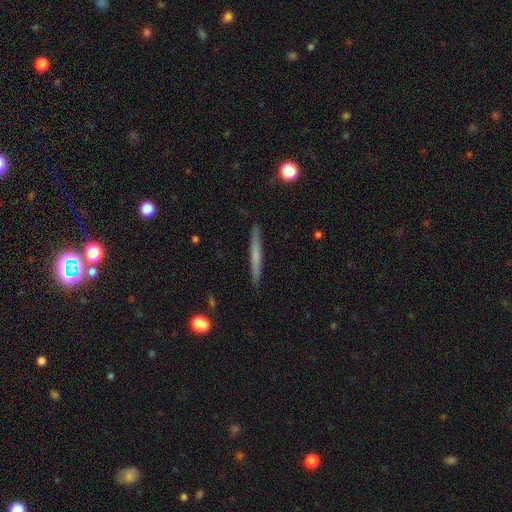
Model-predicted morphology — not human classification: This is possibly a smooth galaxy (52%). How rounded: clearly cigar-shaped (96%). Merging: clearly none (91%).